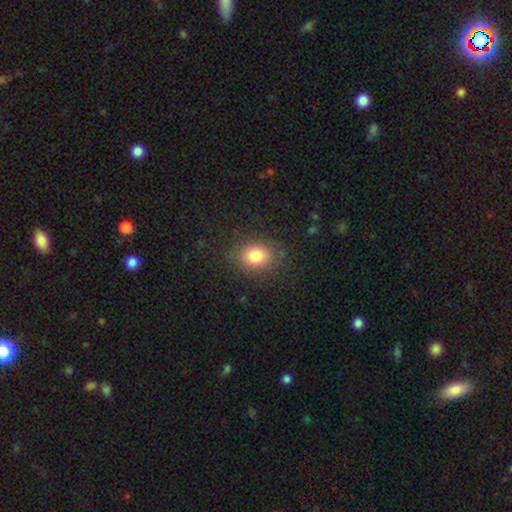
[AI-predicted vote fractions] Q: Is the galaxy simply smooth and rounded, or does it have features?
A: smooth — 82%.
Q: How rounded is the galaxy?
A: in between — 55%.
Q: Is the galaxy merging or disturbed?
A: none — 83%.